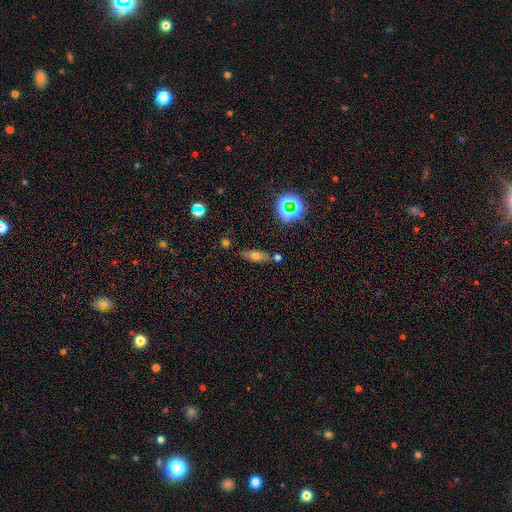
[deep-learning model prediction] Morphology: type=smooth (58%); roundness=in between (64%); merging=none (71%).